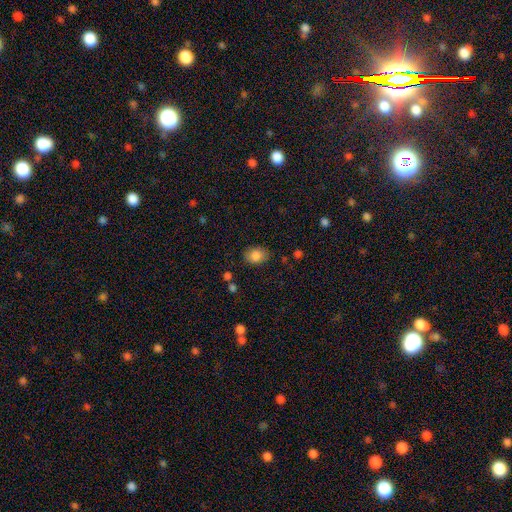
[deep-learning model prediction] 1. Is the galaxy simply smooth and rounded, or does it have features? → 85% smooth, 9% star or artifact, 7% featured or disk.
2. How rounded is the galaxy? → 66% in between, 33% round, 1% cigar-shaped.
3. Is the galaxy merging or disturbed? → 82% none, 13% minor disturbance, 3% major disturbance, 2% merger.